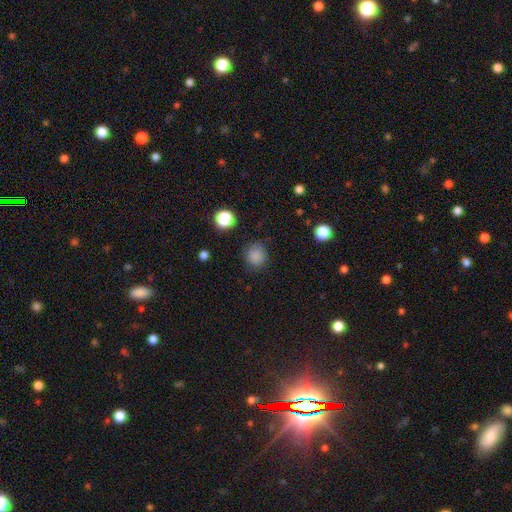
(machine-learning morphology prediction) smooth_or_featured: smooth (p=0.84) [alt: star or artifact p=0.12]
how_rounded: round (p=0.86) [alt: in between p=0.13]
merging: none (p=0.83) [alt: minor disturbance p=0.12]